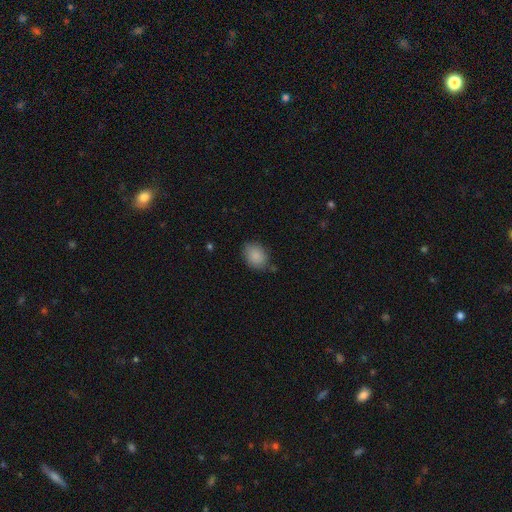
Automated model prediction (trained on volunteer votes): smooth 87%, star or artifact 8%, featured or disk 5%. Down the decision tree: how rounded — in between (68%); merging — none (76%).